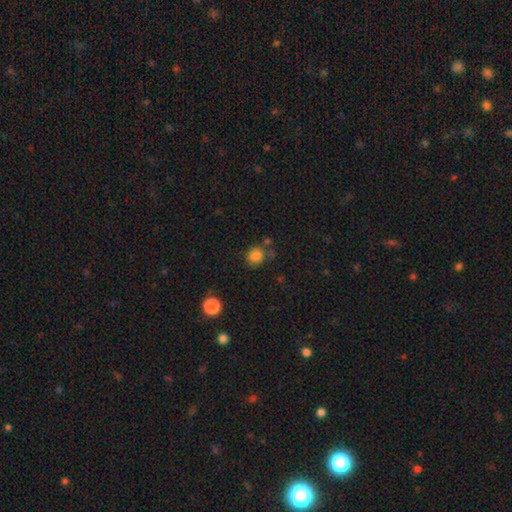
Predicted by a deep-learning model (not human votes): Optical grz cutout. It shows a smooth galaxy with no disk features (80%) that is round (68%). Merging: none (64%).